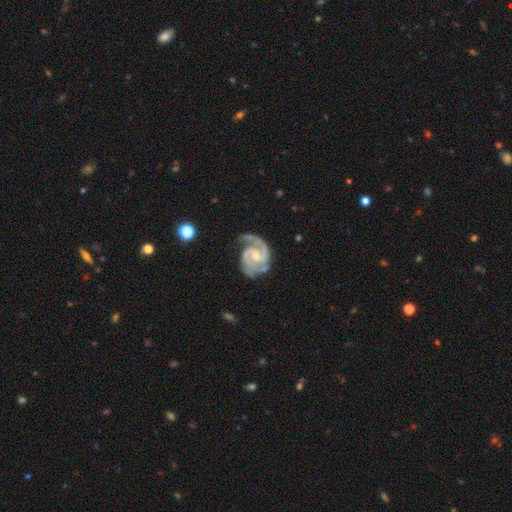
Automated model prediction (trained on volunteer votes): A featured or disk galaxy (93%) with a weak bar (50%), 2 (87%) medium (53%) spiral arms (98%) and a small central bulge (57%). Merging: none (64%).